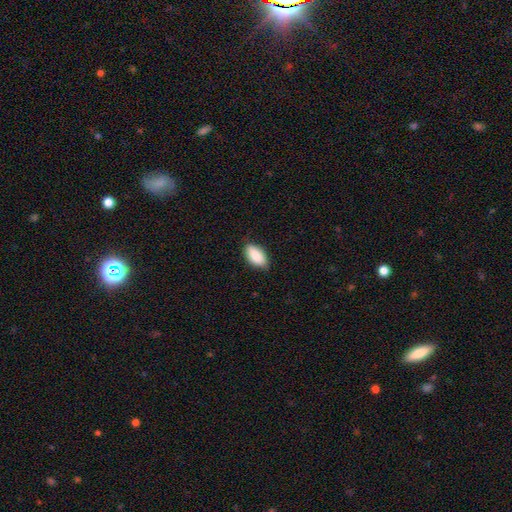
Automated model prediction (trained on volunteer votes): smooth 89%, star or artifact 6%, featured or disk 5%. Down the decision tree: how rounded — in between (92%); merging — none (82%).